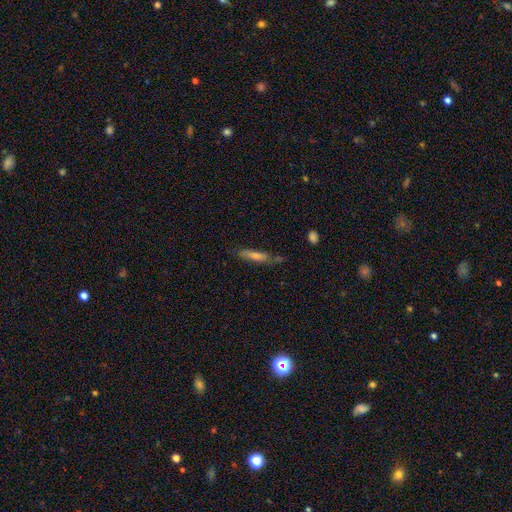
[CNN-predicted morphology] A smooth galaxy with no disk features (50%) that is cigar-shaped (82%). Merging: none (69%).